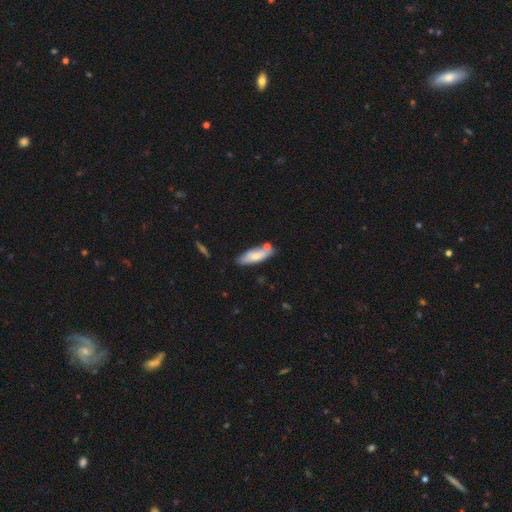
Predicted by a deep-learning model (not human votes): smooth_or_featured: smooth (p=0.67) [alt: featured or disk p=0.27]
how_rounded: in between (p=0.55) [alt: cigar-shaped p=0.43]
merging: none (p=0.69) [alt: minor disturbance p=0.16]